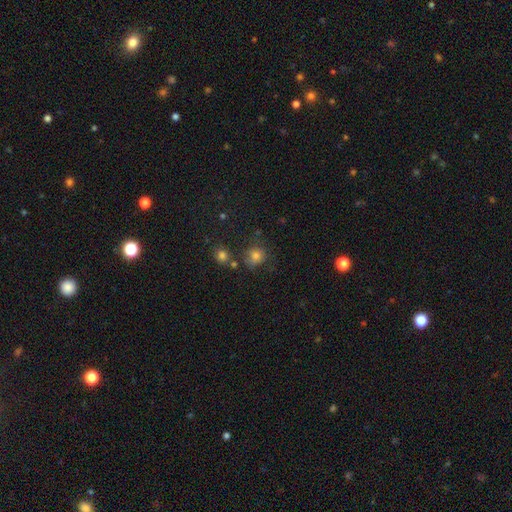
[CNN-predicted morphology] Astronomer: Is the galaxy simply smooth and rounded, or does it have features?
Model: smooth — 76%.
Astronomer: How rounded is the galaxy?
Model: round — 77%.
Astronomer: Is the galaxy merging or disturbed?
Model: none — 65%.